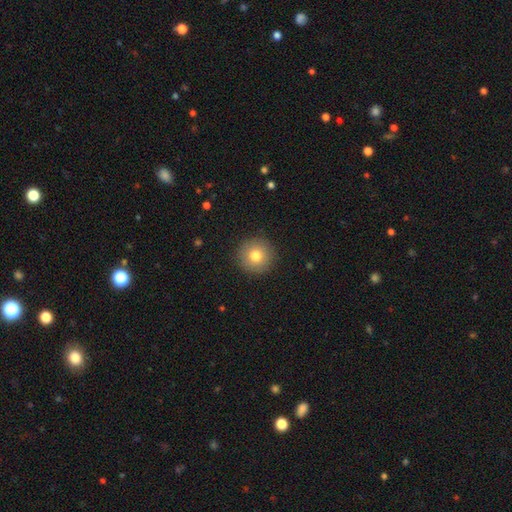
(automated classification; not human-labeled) Overall: smooth (78%). How rounded: round (96%). Merging: none (91%).